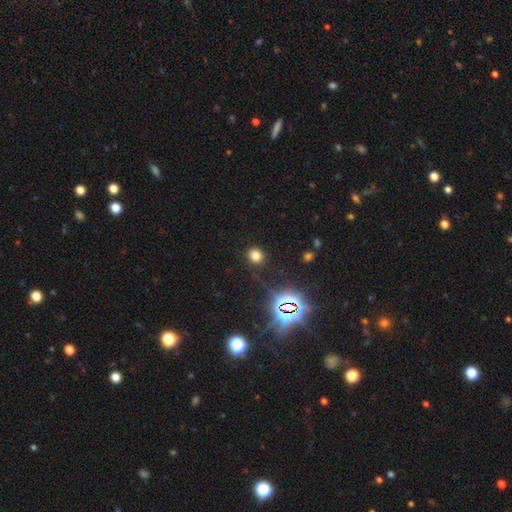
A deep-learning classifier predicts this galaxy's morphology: type=smooth (70%); roundness=round (78%); merging=none (86%).